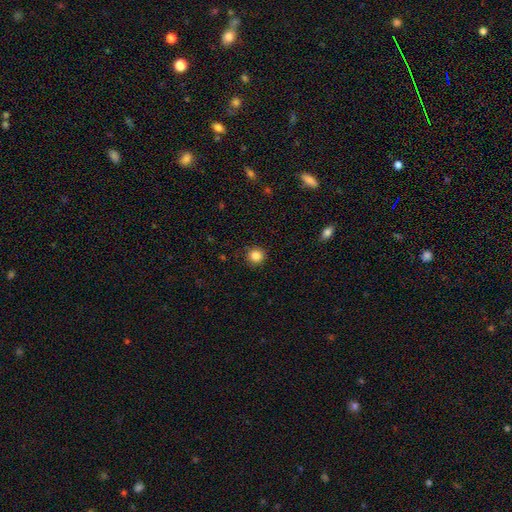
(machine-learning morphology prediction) A smooth galaxy with no disk features (86%) that is round (93%).

Vote fractions:
- Smooth or featured? smooth: 86% / star or artifact: 10% / featured or disk: 4%
- How rounded? round: 93% / in between: 6% / cigar-shaped: 1%
- Merging? none: 89% / minor disturbance: 7% / major disturbance: 2% / merger: 1%